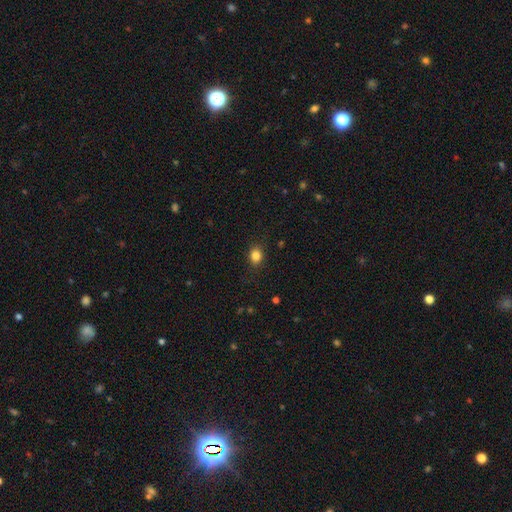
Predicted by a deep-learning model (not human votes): Q: Smooth or featured?
A: smooth (85%); runner-up: star or artifact (11%)
Q: How rounded?
A: round (56%); runner-up: in between (43%)
Q: Merging?
A: none (86%); runner-up: minor disturbance (10%)